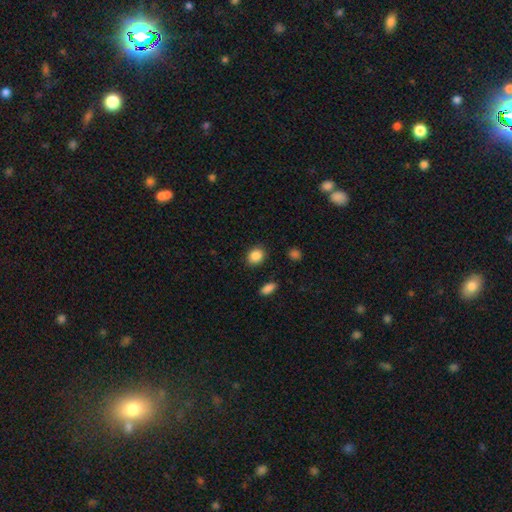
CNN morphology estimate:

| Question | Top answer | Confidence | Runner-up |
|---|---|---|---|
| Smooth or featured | smooth | 87% | star or artifact (9%) |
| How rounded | in between | 50% | round (49%) |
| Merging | none | 88% | minor disturbance (8%) |